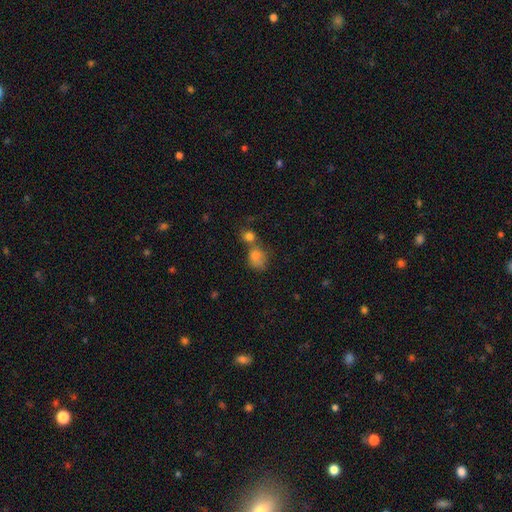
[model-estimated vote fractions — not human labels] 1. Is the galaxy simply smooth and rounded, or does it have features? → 71% smooth, 18% star or artifact, 11% featured or disk.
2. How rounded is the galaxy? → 56% round, 43% in between, 2% cigar-shaped.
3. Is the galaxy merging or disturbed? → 41% none, 40% merger, 13% minor disturbance, 7% major disturbance.